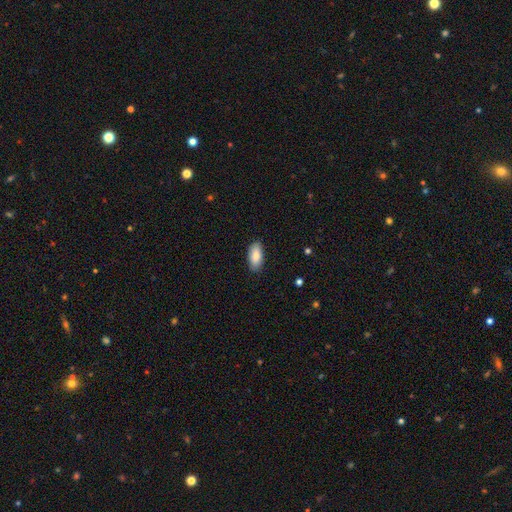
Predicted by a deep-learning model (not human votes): smooth_or_featured: smooth (p=0.85) [alt: featured or disk p=0.09]
how_rounded: in between (p=0.92) [alt: cigar-shaped p=0.06]
merging: none (p=0.86) [alt: minor disturbance p=0.11]